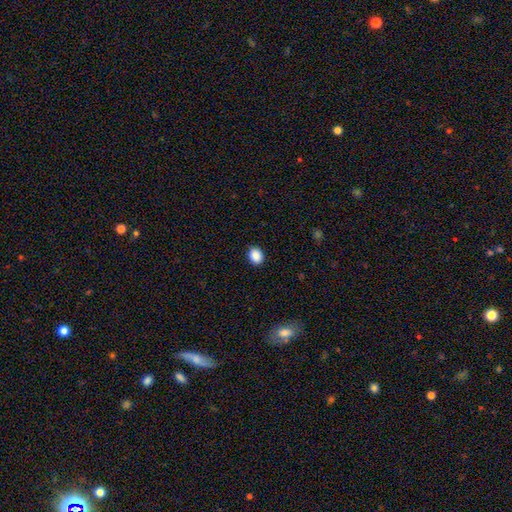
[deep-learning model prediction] This appears to be a smooth galaxy with no disk features (89%) that is round (55%). Merging: none (90%).